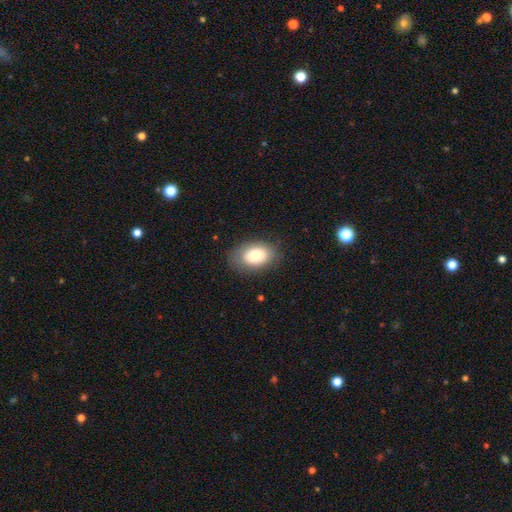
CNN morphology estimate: Q: Smooth or featured?
A: smooth (78%); runner-up: featured or disk (14%)
Q: How rounded?
A: in between (86%); runner-up: round (13%)
Q: Merging?
A: none (82%); runner-up: minor disturbance (13%)